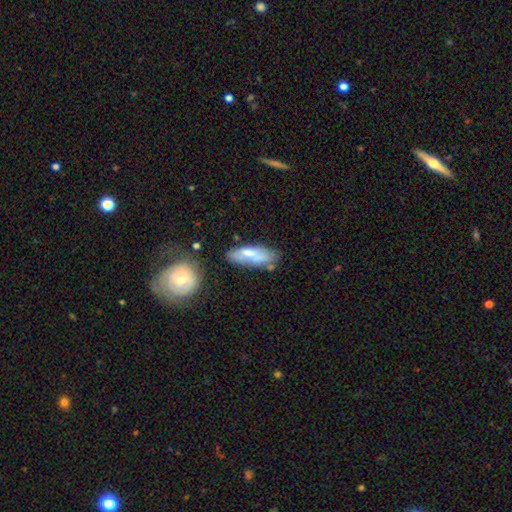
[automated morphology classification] A smooth galaxy with no disk features (56%) that is in between round and cigar-shaped (59%). Merging: none (64%).